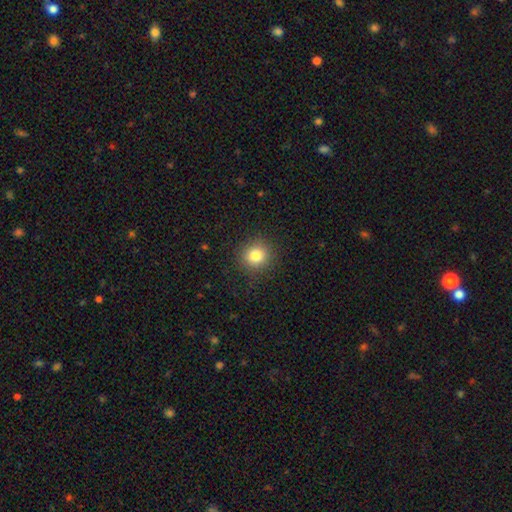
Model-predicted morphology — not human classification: smooth-or-featured: smooth: 81% | star or artifact: 12% | featured or disk: 6%
  how-rounded: round: 91% | in between: 8% | cigar-shaped: 1%
  merging: none: 90% | minor disturbance: 7% | major disturbance: 3% | merger: 1%